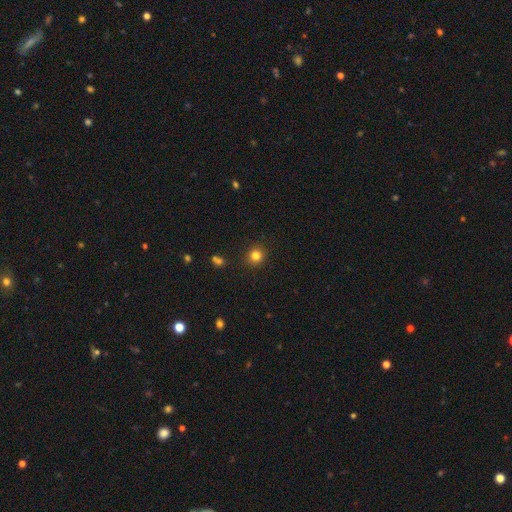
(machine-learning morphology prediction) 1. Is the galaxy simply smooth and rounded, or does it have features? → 81% smooth, 13% star or artifact, 6% featured or disk.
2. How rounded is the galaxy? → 91% round, 8% in between, 1% cigar-shaped.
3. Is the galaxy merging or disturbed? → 91% none, 6% minor disturbance, 2% major disturbance, 2% merger.